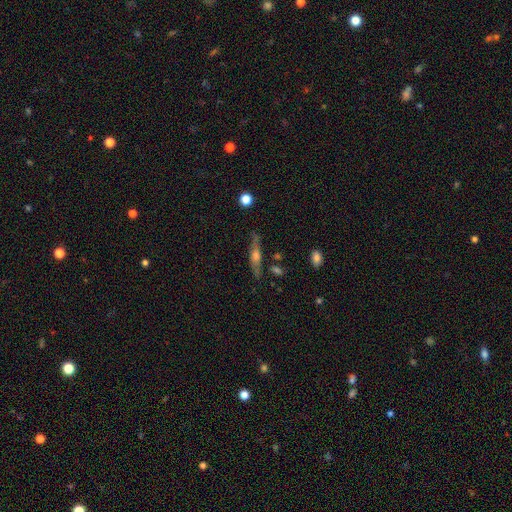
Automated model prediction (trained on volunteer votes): smooth-or-featured: featured or disk: 65% | smooth: 27% | star or artifact: 8%
  disk-edge-on: yes: 92% | no: 8%
    edge-on-bulge: rounded: 86% | boxy: 9% | none: 6%
  merging: none: 81% | minor disturbance: 13% | major disturbance: 3% | merger: 3%